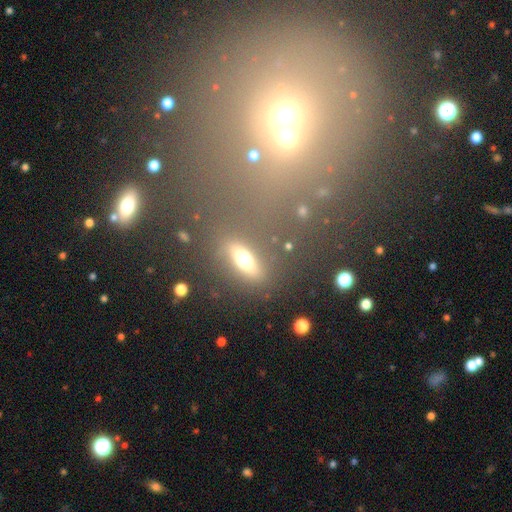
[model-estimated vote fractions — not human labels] smooth-or-featured: star or artifact: 45% | smooth: 36% | featured or disk: 18%